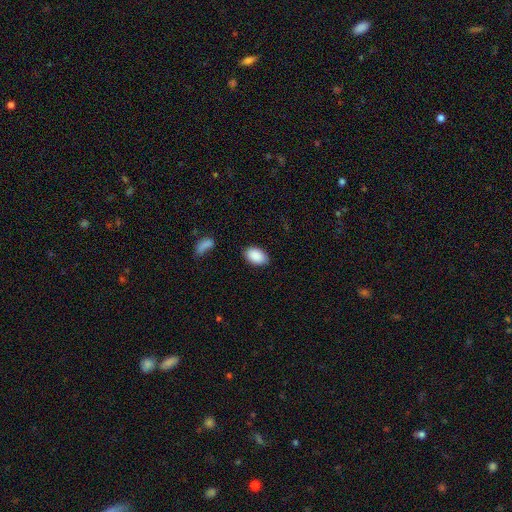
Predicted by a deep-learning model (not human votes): Overall: smooth (90%). How rounded: in between (92%). Merging: none (84%).